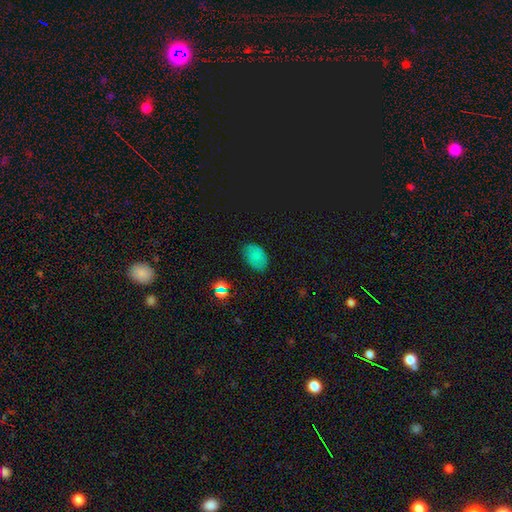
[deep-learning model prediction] Q: Smooth or featured?
A: smooth (54%); runner-up: star or artifact (31%)
Q: How rounded?
A: in between (82%); runner-up: round (16%)
Q: Merging?
A: none (78%); runner-up: minor disturbance (16%)